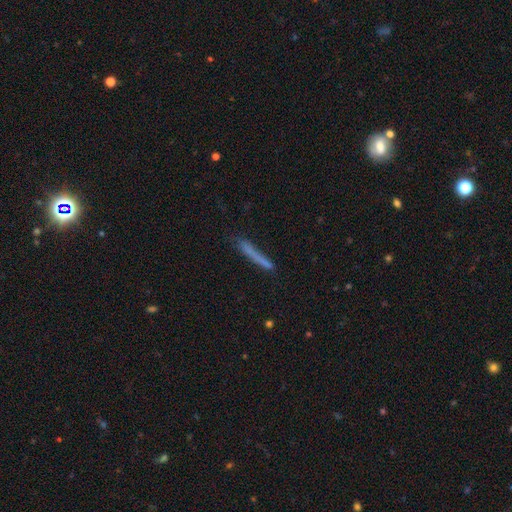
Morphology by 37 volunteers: Volunteers were most divided on "merging": none: 64%, minor disturbance: 33%, major disturbance: 3%, merger: 0%. More confident: how rounded — cigar-shaped (100%); smooth or featured — smooth (68%).